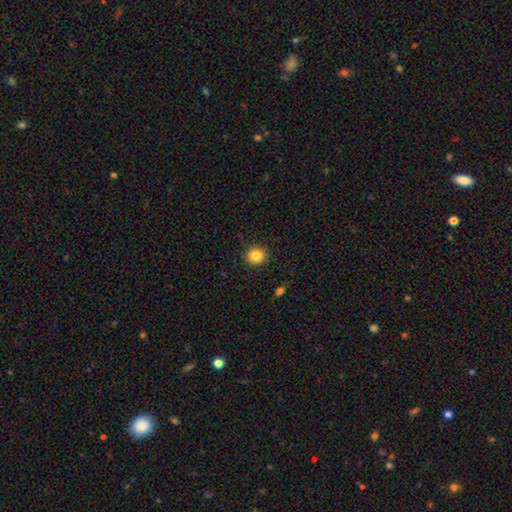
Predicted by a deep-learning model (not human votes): Smooth or featured? smooth (85%)
How rounded? round (88%)
Merging? none (91%)